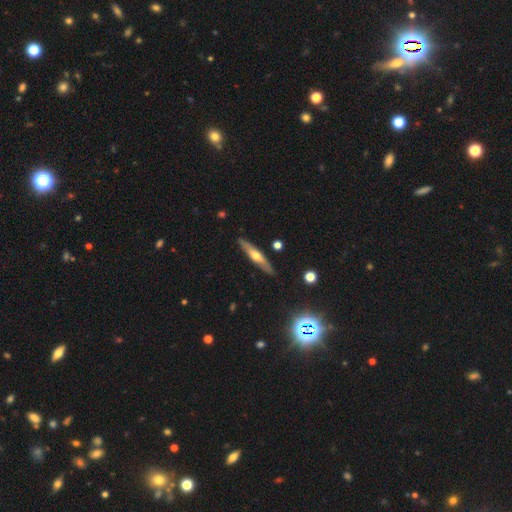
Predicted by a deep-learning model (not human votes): This is possibly a featured or disk galaxy (58%). It is clearly viewed edge-on (91%). Edge-on bulge: clearly rounded (87%). Merging: clearly none (89%).